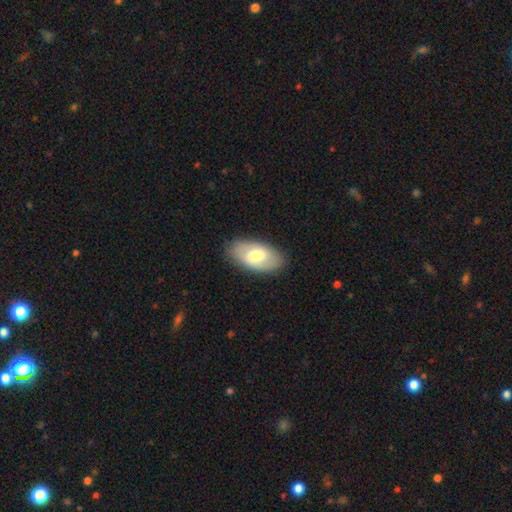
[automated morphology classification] Smooth or featured? smooth (58%)
How rounded? in between (94%)
Merging? none (84%)